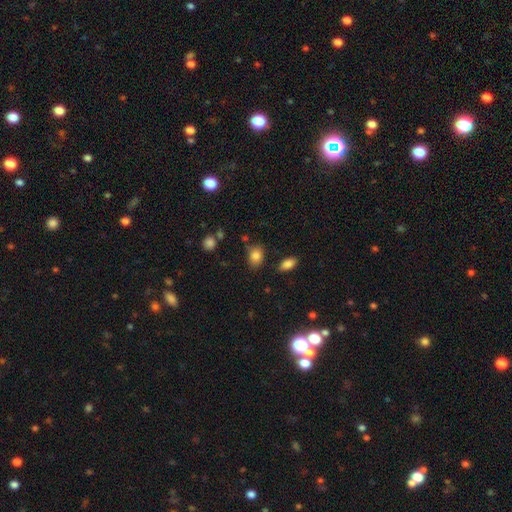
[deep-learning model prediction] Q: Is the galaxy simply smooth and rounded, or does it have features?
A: smooth — 83%.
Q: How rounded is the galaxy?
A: in between — 68%.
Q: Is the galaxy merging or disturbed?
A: none — 75%.